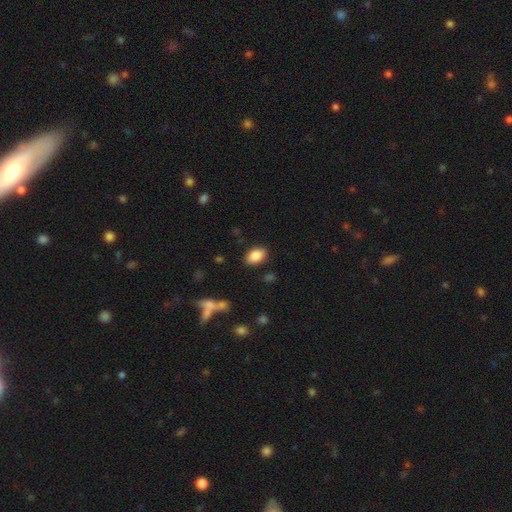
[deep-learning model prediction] This is clearly a smooth galaxy (86%). How rounded: clearly in between (88%). Merging: clearly none (86%).